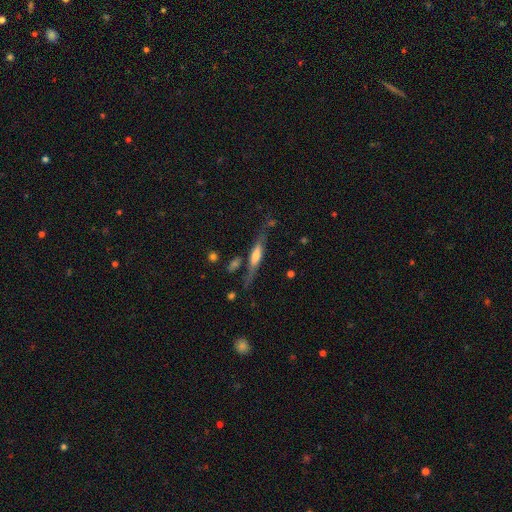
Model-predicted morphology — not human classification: A featured or disk galaxy (61%) viewed edge-on (85%) with a rounded central bulge (47%).

Vote fractions:
- Smooth or featured? featured or disk: 61% / smooth: 32% / star or artifact: 7%
- Edge-on disk? yes: 85% / no: 15%
- Edge-on bulge? rounded: 47% / boxy: 37% / none: 16%
- Merging? none: 67% / minor disturbance: 20% / major disturbance: 9% / merger: 5%